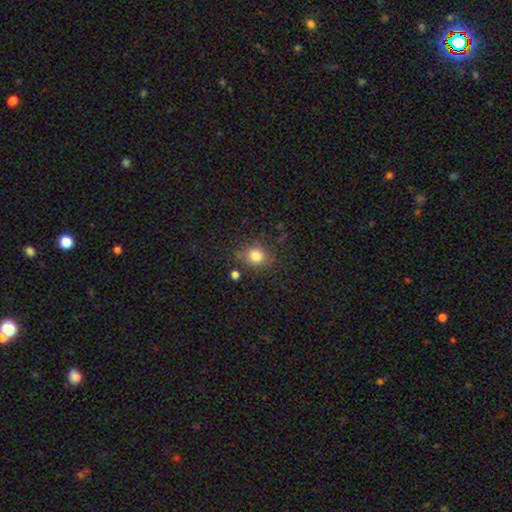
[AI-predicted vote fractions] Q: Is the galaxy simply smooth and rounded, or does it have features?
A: smooth — 81%.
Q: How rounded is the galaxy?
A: round — 75%.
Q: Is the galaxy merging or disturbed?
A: none — 75%.